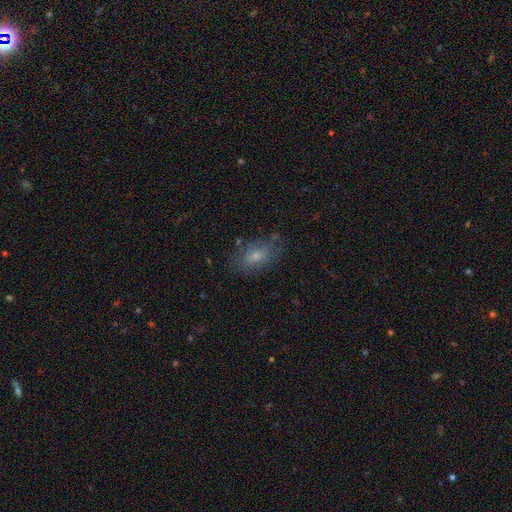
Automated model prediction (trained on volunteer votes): smooth-or-featured: smooth: 62% | featured or disk: 23% | star or artifact: 15%
  how-rounded: in between: 85% | round: 9% | cigar-shaped: 6%
  merging: none: 76% | minor disturbance: 17% | major disturbance: 5% | merger: 2%